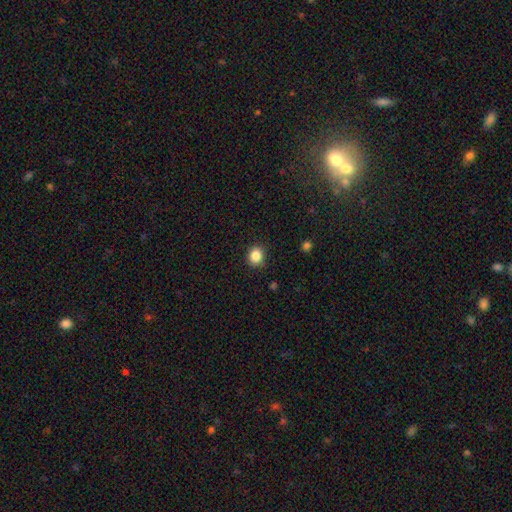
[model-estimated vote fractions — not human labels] The model was most divided on "how rounded": round: 75%, in between: 24%, cigar-shaped: 1%. More confident: merging — none (87%); smooth or featured — smooth (85%).